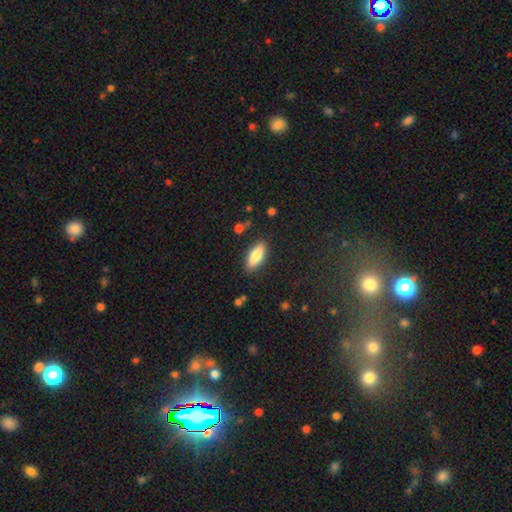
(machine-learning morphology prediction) This appears to be a smooth galaxy with no disk features (81%) that is in between round and cigar-shaped (75%). Merging: none (85%).